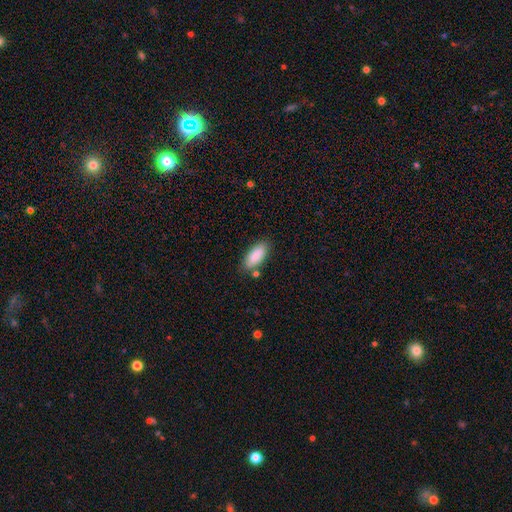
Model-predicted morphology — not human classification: The model was most divided on "merging": none: 78%, minor disturbance: 14%, merger: 5%, major disturbance: 3%. More confident: smooth or featured — smooth (89%); how rounded — in between (85%).